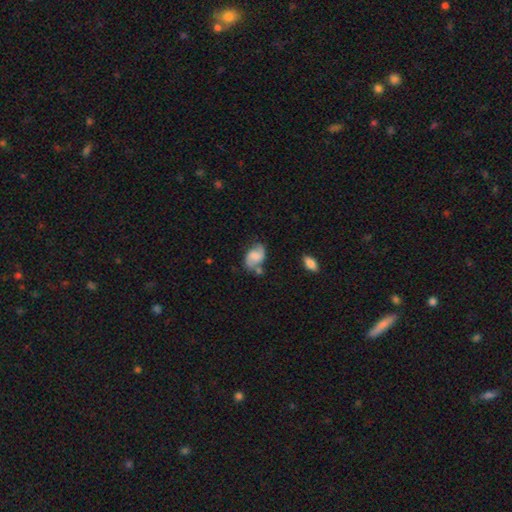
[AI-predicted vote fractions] Q: Smooth or featured?
A: featured or disk (61%); runner-up: smooth (31%)
Q: Edge-on disk?
A: no (97%); runner-up: yes (3%)
Q: Bar?
A: no (48%); runner-up: weak (41%)
Q: Spiral arms?
A: yes (90%); runner-up: no (10%)
Q: Spiral winding?
A: loose (44%); runner-up: medium (41%)
Q: Spiral arm count?
A: 2 (87%); runner-up: can't tell (6%)
Q: Bulge size?
A: none (43%); runner-up: small (21%)
Q: Merging?
A: none (52%); runner-up: minor disturbance (24%)